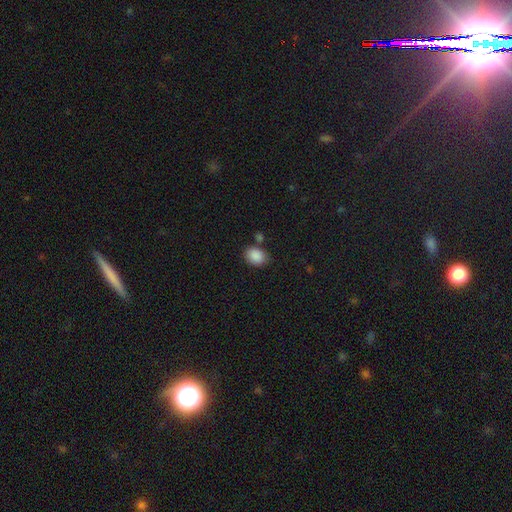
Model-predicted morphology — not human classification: Smooth or featured? smooth (89%)
How rounded? in between (72%)
Merging? none (73%)